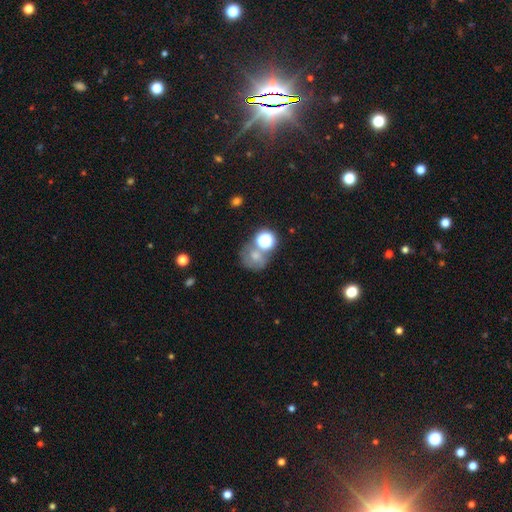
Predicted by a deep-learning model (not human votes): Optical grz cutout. It shows a smooth galaxy with no disk features (54%) that is round (70%). Merging: none (43%).